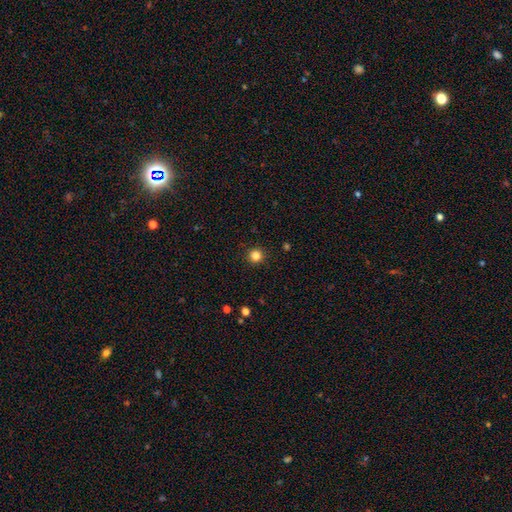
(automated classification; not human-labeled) smooth_or_featured: smooth (p=0.83) [alt: star or artifact p=0.13]
how_rounded: round (p=0.95) [alt: in between p=0.04]
merging: none (p=0.92) [alt: minor disturbance p=0.05]